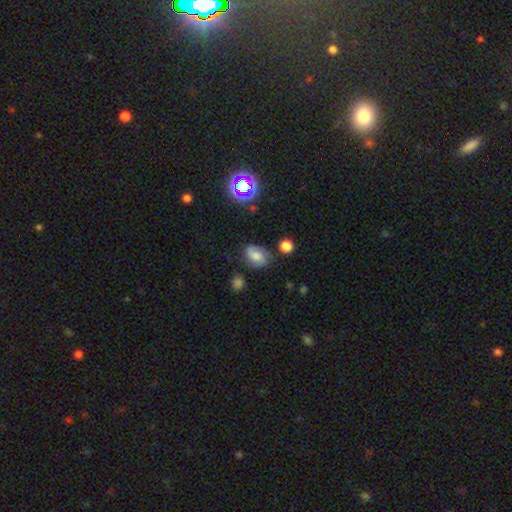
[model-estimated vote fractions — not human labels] Smooth or featured? Predicted: smooth (p=0.45). Merging? Predicted: none (p=0.64).